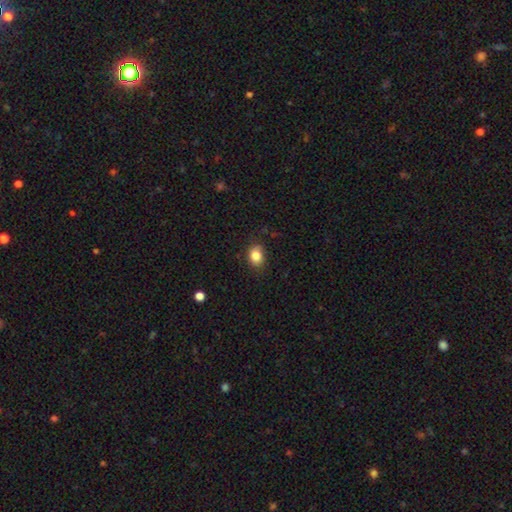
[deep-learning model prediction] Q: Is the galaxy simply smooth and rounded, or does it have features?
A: smooth — 84%.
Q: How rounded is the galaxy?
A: in between — 57%.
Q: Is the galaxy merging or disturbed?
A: none — 80%.